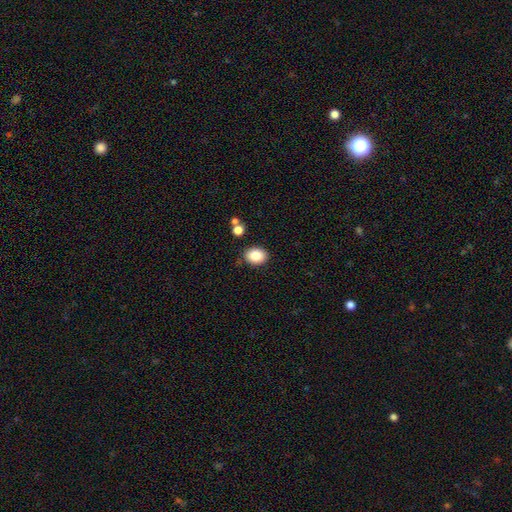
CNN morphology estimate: This is clearly a smooth galaxy (86%). How rounded: possibly in between (52%). Merging: clearly none (84%).